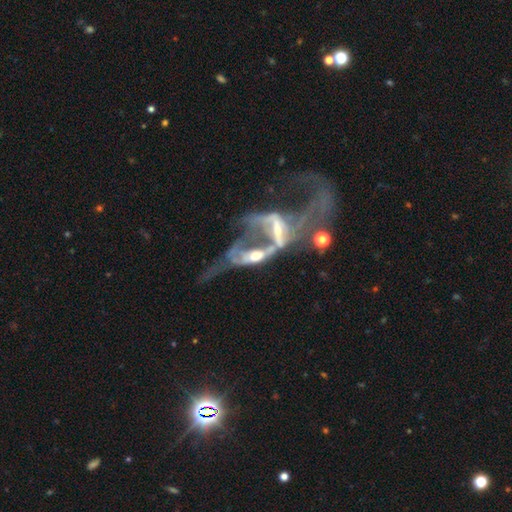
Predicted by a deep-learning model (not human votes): The model was most divided on "bar": no: 42%, strong: 31%, weak: 28%. Remaining: edge-on disk — no (83%); smooth or featured — featured or disk (74%); merging — merger (72%); spiral arms — yes (58%); bulge size — moderate (48%).